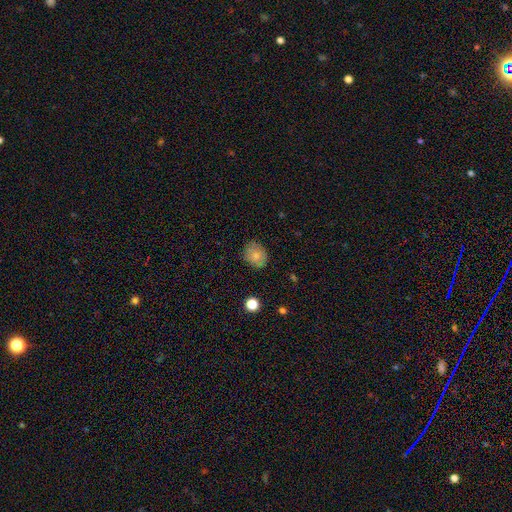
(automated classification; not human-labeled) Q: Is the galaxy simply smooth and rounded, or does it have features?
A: smooth — 76%.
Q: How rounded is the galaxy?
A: in between — 53%.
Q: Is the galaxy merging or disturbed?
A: none — 79%.